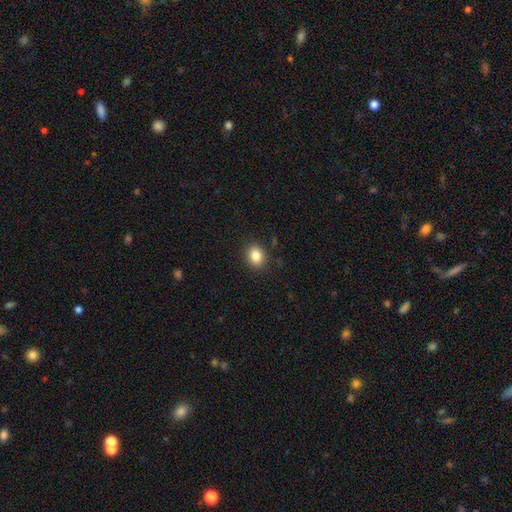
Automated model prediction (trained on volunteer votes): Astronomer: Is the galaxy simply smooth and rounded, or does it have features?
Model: smooth — 85%.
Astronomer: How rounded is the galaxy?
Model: round — 51% (runner-up: in between, 49%).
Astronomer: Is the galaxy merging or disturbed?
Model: none — 89%.